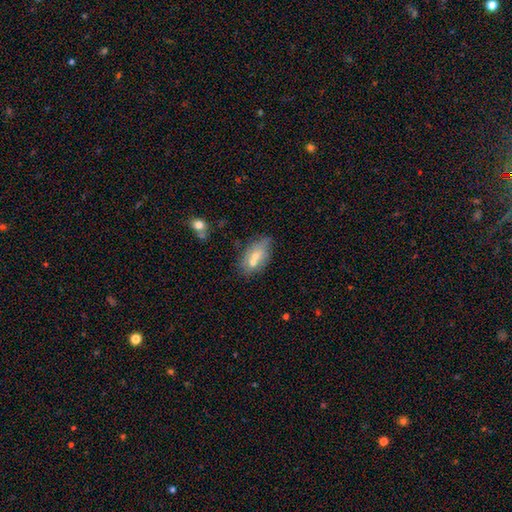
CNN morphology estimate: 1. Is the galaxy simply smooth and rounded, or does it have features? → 62% smooth, 27% featured or disk, 10% star or artifact.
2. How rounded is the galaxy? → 83% in between, 12% round, 5% cigar-shaped.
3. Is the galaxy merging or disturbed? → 46% none, 33% merger, 16% minor disturbance, 5% major disturbance.